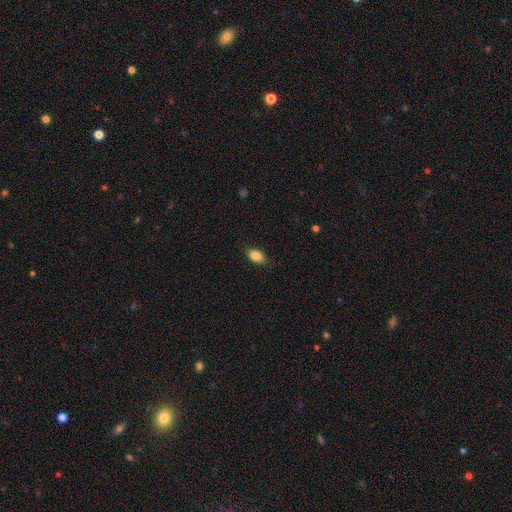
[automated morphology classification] Smooth or featured? Predicted: smooth (p=0.87). How rounded? Predicted: in between (p=0.90). Merging? Predicted: none (p=0.85).